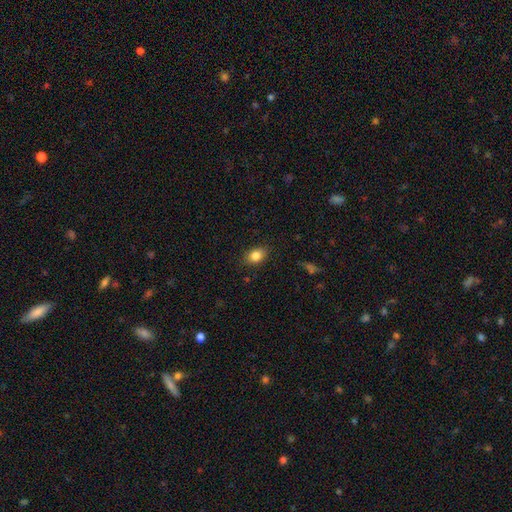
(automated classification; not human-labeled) This appears to be a smooth galaxy with no disk features (84%) that is in between round and cigar-shaped (72%). Merging: none (85%).